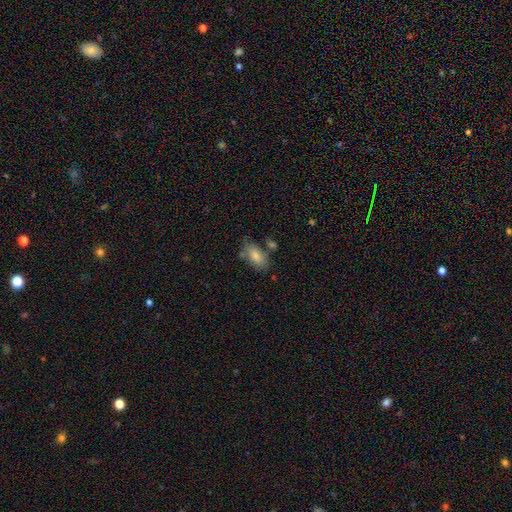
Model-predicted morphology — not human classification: A smooth galaxy with no disk features (78%) that is in between round and cigar-shaped (91%).

Vote fractions:
- Smooth or featured? smooth: 78% / featured or disk: 15% / star or artifact: 7%
- How rounded? in between: 91% / round: 5% / cigar-shaped: 4%
- Merging? none: 64% / minor disturbance: 19% / merger: 12% / major disturbance: 5%